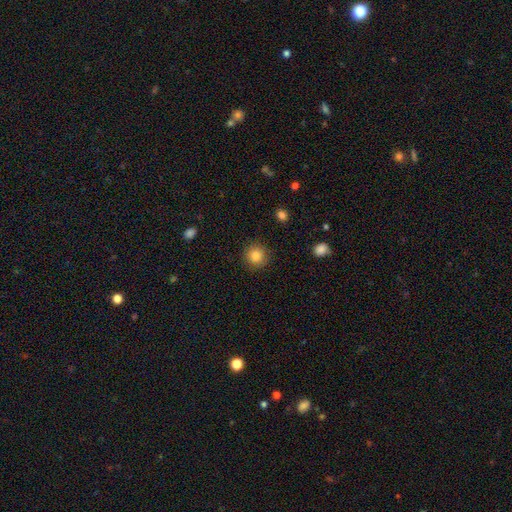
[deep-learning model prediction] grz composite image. It shows a smooth galaxy with no disk features (85%) that is round (94%). Merging: none (89%).